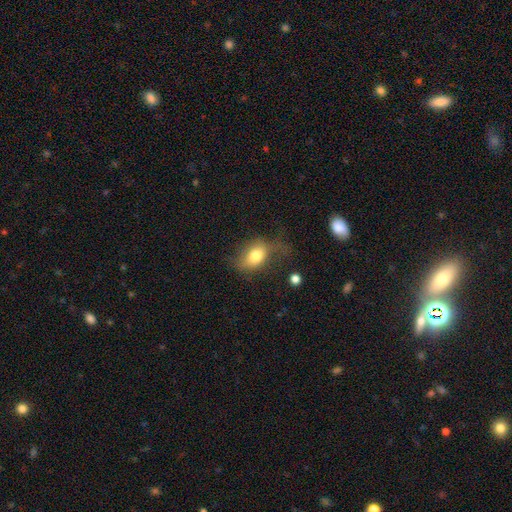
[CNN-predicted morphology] smooth 72%, featured or disk 19%, star or artifact 9%. Down the decision tree: how rounded — in between (80%); merging — none (41%).